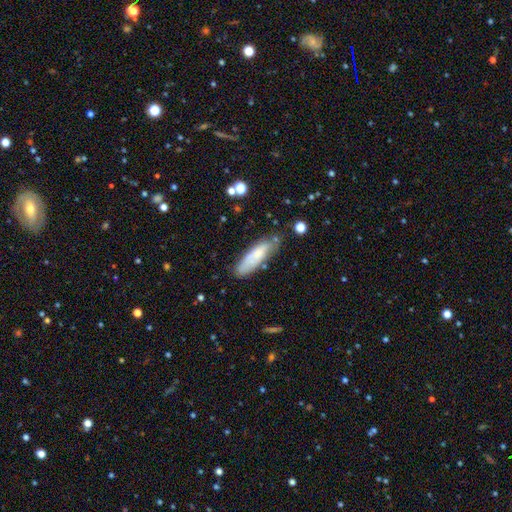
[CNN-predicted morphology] smooth-or-featured: smooth: 71% | featured or disk: 22% | star or artifact: 7%
  how-rounded: cigar-shaped: 56% | in between: 42% | round: 2%
  merging: none: 67% | minor disturbance: 23% | major disturbance: 5% | merger: 5%